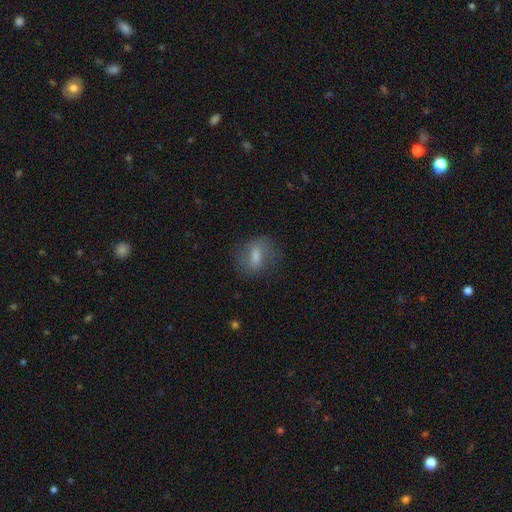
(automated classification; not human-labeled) A smooth galaxy with no disk features (62%) that is in between round and cigar-shaped (64%).

Vote fractions:
- Smooth or featured? smooth: 62% / featured or disk: 27% / star or artifact: 10%
- How rounded? in between: 64% / round: 23% / cigar-shaped: 13%
- Merging? none: 74% / minor disturbance: 16% / major disturbance: 8% / merger: 2%